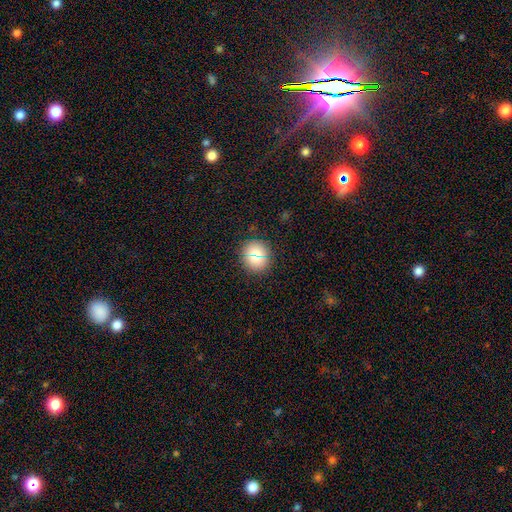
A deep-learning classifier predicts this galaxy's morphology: Overall: smooth (76%). How rounded: round (87%). Merging: none (87%).